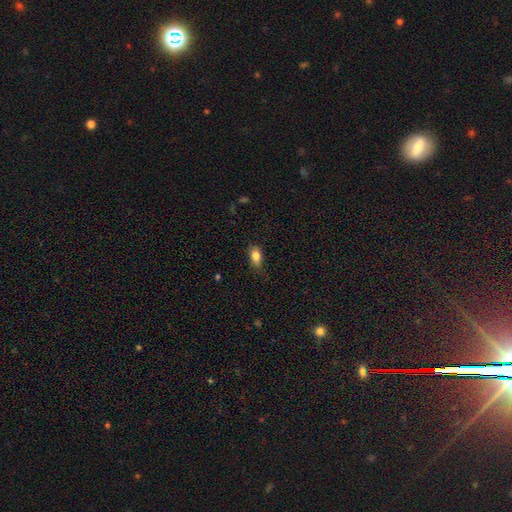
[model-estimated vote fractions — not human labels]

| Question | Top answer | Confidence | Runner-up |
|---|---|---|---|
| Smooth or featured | smooth | 83% | star or artifact (9%) |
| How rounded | in between | 84% | round (11%) |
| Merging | none | 76% | minor disturbance (19%) |